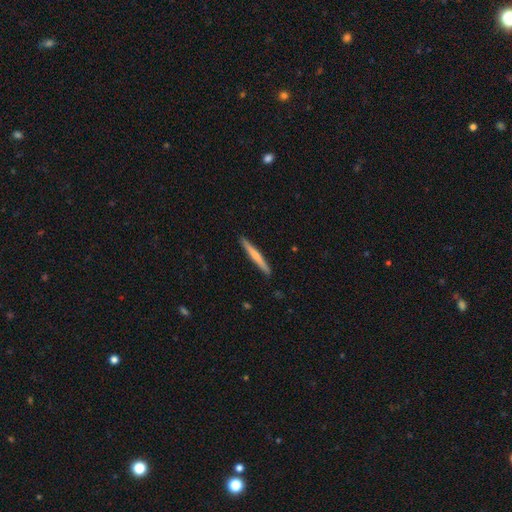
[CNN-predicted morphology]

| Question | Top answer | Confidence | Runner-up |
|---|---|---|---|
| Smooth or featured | smooth | 56% | featured or disk (39%) |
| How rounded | cigar-shaped | 96% | in between (2%) |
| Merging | none | 91% | minor disturbance (7%) |